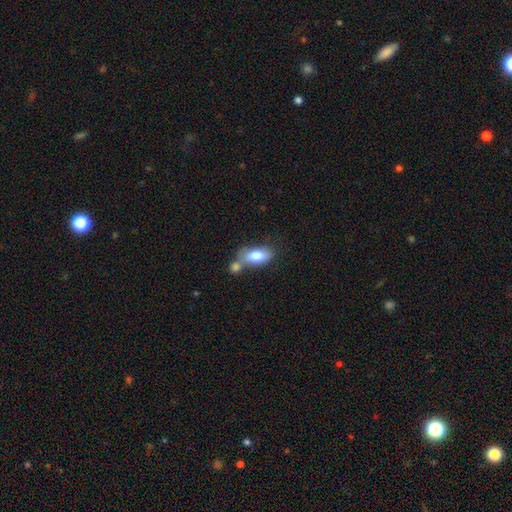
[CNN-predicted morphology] A smooth galaxy with no disk features (78%) that is in between round and cigar-shaped (90%).

Vote fractions:
- Smooth or featured? smooth: 78% / featured or disk: 15% / star or artifact: 7%
- How rounded? in between: 90% / cigar-shaped: 6% / round: 5%
- Merging? merger: 41% / none: 37% / minor disturbance: 15% / major disturbance: 6%